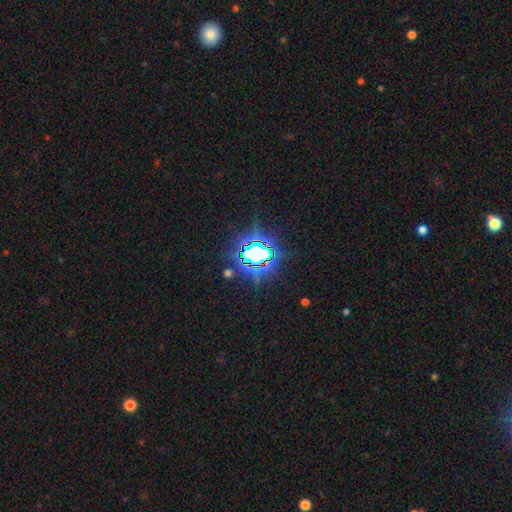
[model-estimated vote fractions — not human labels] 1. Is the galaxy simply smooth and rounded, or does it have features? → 75% star or artifact, 14% smooth, 11% featured or disk.